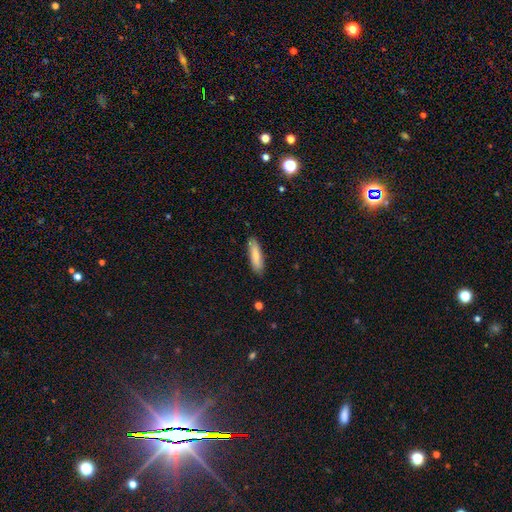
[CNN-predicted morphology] smooth-or-featured: smooth: 77% | featured or disk: 18% | star or artifact: 5%
  how-rounded: cigar-shaped: 65% | in between: 34% | round: 2%
  merging: none: 87% | minor disturbance: 10% | major disturbance: 2% | merger: 1%